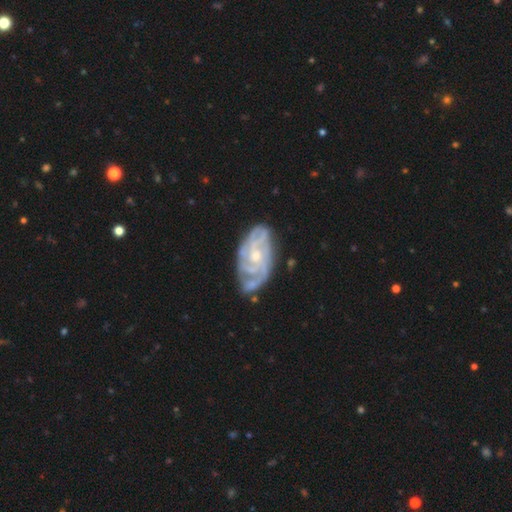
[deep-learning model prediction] featured or disk 86%, smooth 8%, star or artifact 5%. Down the decision tree: edge-on disk — no (96%); bar — no (66%); spiral arms — yes (96%); spiral arm count — can't tell (27%); spiral winding — tight (67%); bulge size — moderate (48%); merging — none (72%).